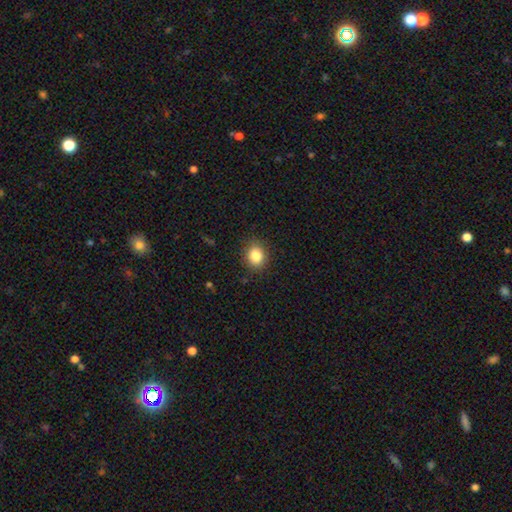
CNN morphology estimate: type=smooth (84%); roundness=round (62%); merging=none (86%).